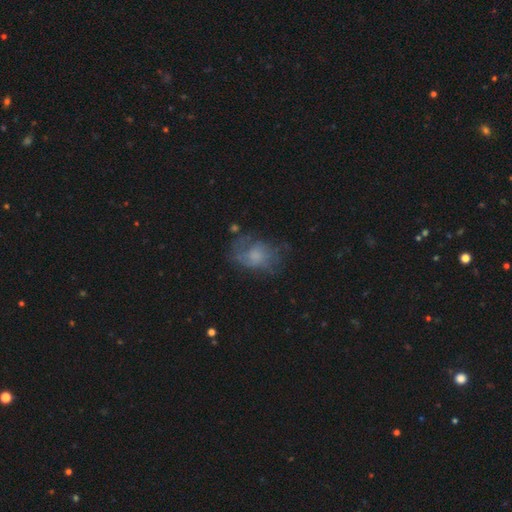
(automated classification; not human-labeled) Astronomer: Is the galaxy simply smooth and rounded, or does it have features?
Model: smooth — 45% (runner-up: featured or disk, 43%).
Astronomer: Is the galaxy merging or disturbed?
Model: none — 50% (runner-up: minor disturbance, 25%).